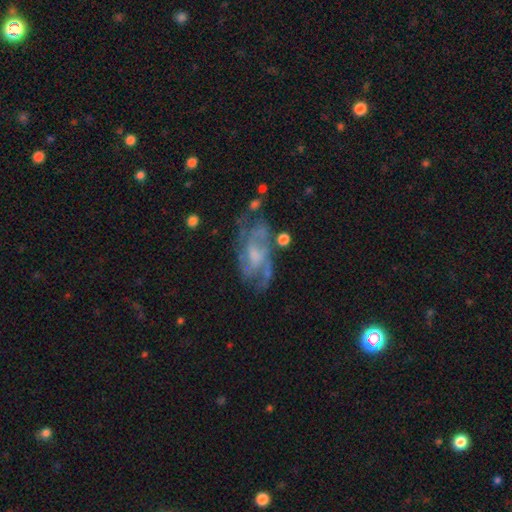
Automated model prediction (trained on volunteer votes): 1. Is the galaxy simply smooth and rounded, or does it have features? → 78% featured or disk, 14% smooth, 8% star or artifact.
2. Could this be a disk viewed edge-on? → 95% no, 5% yes.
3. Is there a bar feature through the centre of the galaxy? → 52% no, 39% weak, 8% strong.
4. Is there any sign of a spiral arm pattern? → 86% yes, 14% no.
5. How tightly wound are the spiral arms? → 48% medium, 33% tight, 19% loose.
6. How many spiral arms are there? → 32% can't tell, 31% 2, 20% 3, 7% 4, 5% 1, 4% more than 4.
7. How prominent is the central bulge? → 34% moderate, 31% small, 26% none, 7% large, 1% dominant.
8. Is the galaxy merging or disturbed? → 58% none, 22% minor disturbance, 16% major disturbance, 4% merger.